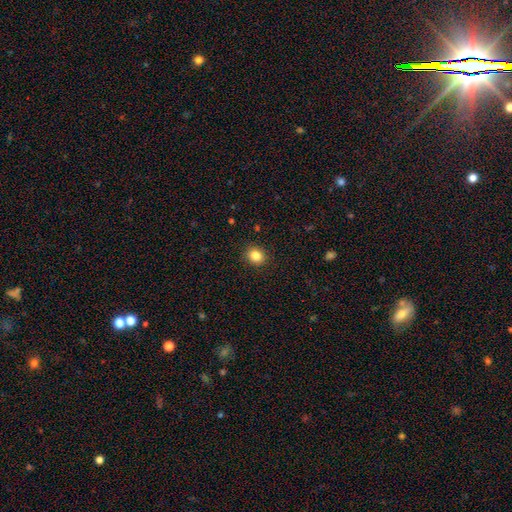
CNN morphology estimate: Smooth or featured? smooth (85%)
How rounded? round (74%)
Merging? none (90%)